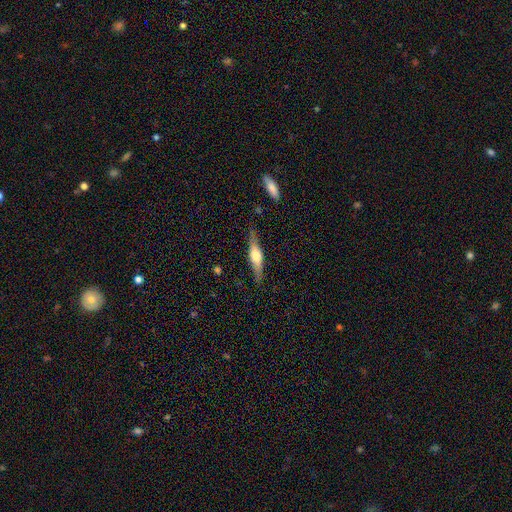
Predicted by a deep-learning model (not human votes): smooth-or-featured: featured or disk: 61% | smooth: 33% | star or artifact: 6%
  disk-edge-on: yes: 94% | no: 6%
    edge-on-bulge: rounded: 87% | boxy: 10% | none: 3%
  merging: none: 84% | minor disturbance: 12% | major disturbance: 3% | merger: 2%